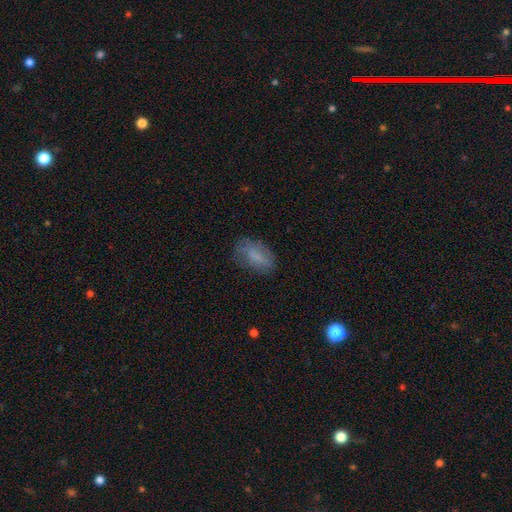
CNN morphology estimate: smooth-or-featured: smooth: 69% | featured or disk: 22% | star or artifact: 9%
  how-rounded: in between: 90% | round: 6% | cigar-shaped: 4%
  merging: none: 63% | minor disturbance: 24% | major disturbance: 11% | merger: 1%